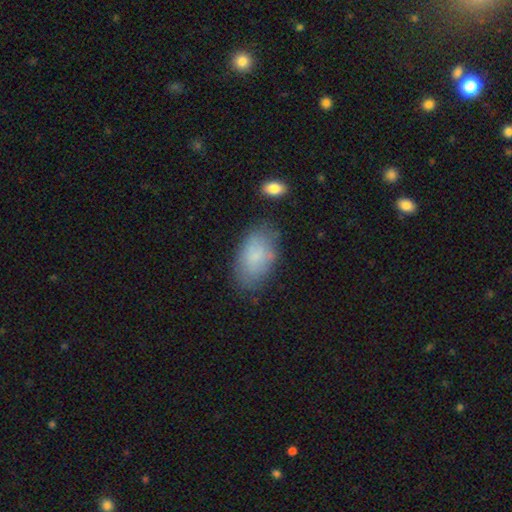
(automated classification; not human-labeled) The model was most divided on "merging": none: 70%, minor disturbance: 21%, major disturbance: 6%, merger: 3%. More confident: how rounded — in between (94%); smooth or featured — smooth (79%).